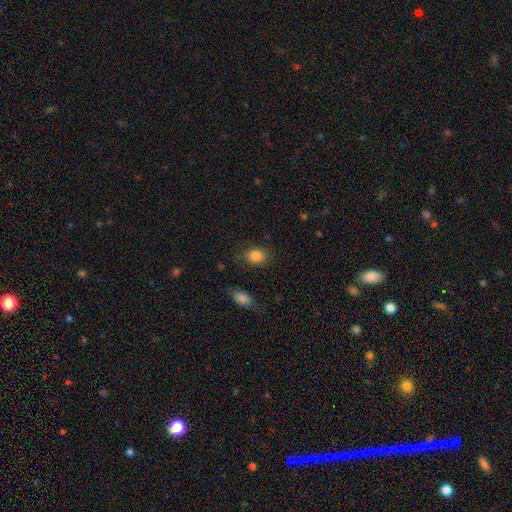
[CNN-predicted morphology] Smooth or featured?
  - smooth: 85% *
  - star or artifact: 10%
  - featured or disk: 5%
How rounded?
  - in between: 58% *
  - round: 41%
  - cigar-shaped: 1%
Merging?
  - none: 76% *
  - minor disturbance: 17%
  - major disturbance: 5%
  - merger: 3%